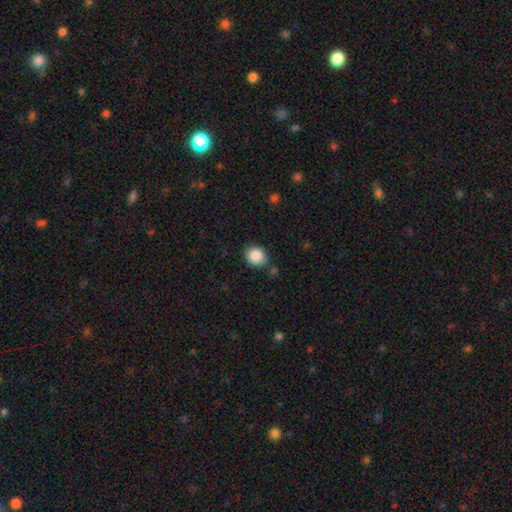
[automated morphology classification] smooth 88%, star or artifact 9%, featured or disk 4%. Down the decision tree: how rounded — round (72%); merging — none (82%).